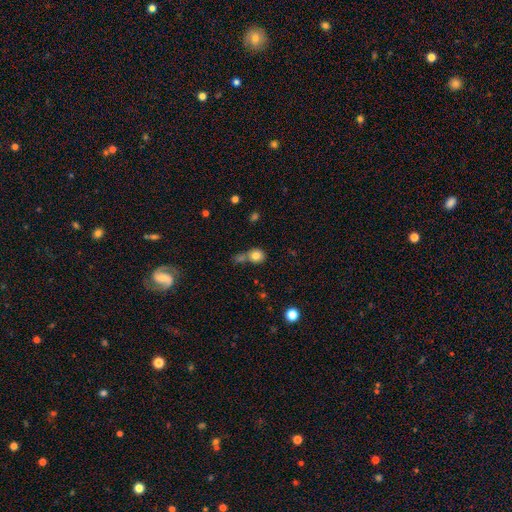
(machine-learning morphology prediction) smooth-or-featured: smooth: 80% | star or artifact: 11% | featured or disk: 9%
  how-rounded: round: 80% | in between: 19% | cigar-shaped: 1%
  merging: none: 48% | merger: 35% | minor disturbance: 11% | major disturbance: 6%